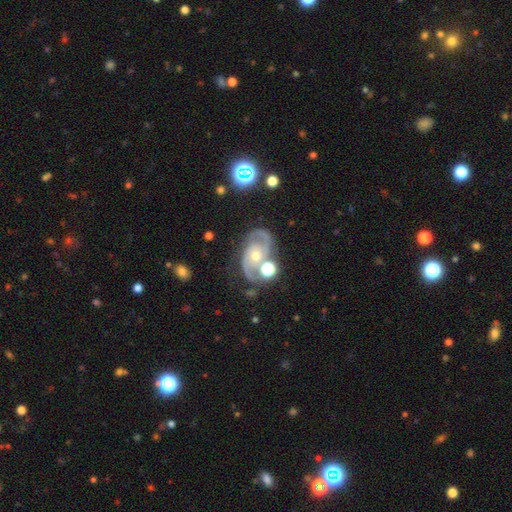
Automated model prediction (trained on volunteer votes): smooth-or-featured: featured or disk: 88% | star or artifact: 7% | smooth: 5%
  disk-edge-on: no: 98% | yes: 2%
    bar: no: 68% | weak: 24% | strong: 8%
    has-spiral-arms: yes: 97% | no: 3%
      spiral-winding: medium: 55% | tight: 32% | loose: 13%
      spiral-arm-count: 2: 92% | can't tell: 3% | 3: 2% | 1: 1% | 4: 1% | more than 4: 1%
    bulge-size: moderate: 60% | small: 35% | large: 3% | none: 1% | dominant: 1%
  merging: none: 71% | minor disturbance: 15% | merger: 9% | major disturbance: 6%